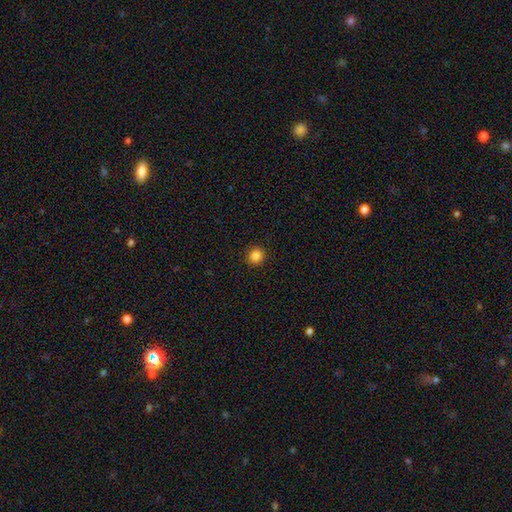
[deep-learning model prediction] Smooth or featured? Predicted: smooth (p=0.85). How rounded? Predicted: round (p=0.90). Merging? Predicted: none (p=0.92).